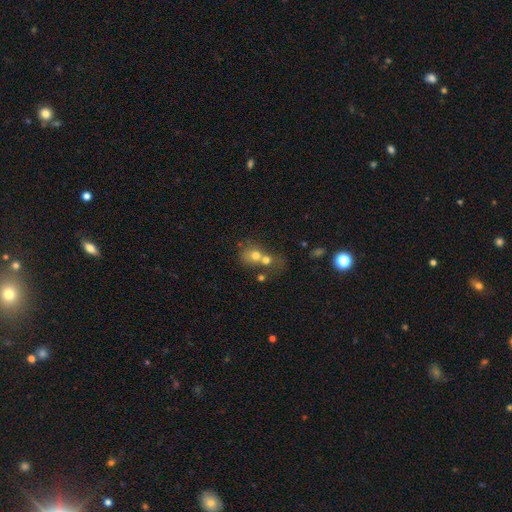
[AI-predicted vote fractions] Smooth or featured? Predicted: smooth (p=0.66). How rounded? Predicted: round (p=0.69). Merging? Predicted: merger (p=0.67).